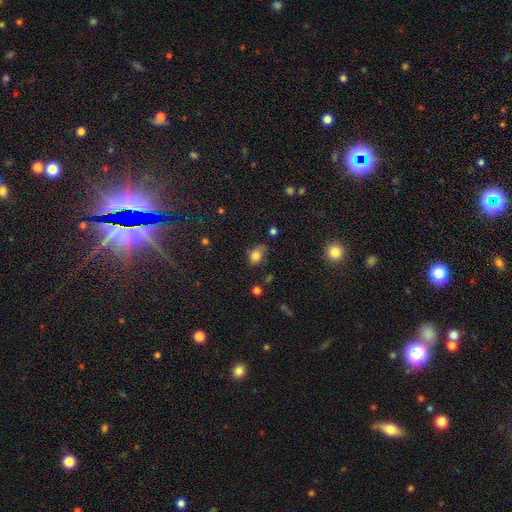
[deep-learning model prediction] Smooth or featured: smooth — 78% (star or artifact — 11%)
How rounded: in between — 75% (round — 24%)
Merging: none — 54% (minor disturbance — 33%)